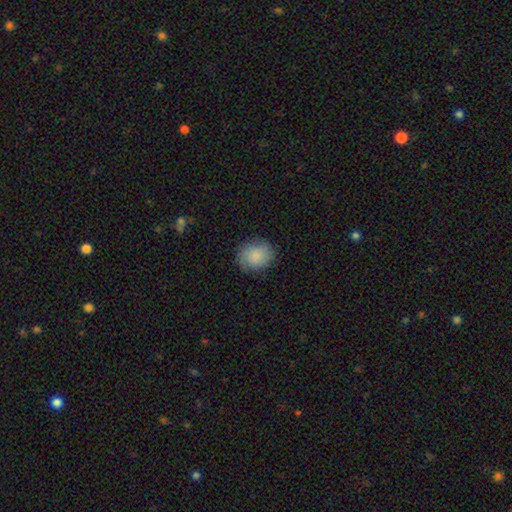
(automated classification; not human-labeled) Smooth or featured: smooth — 82% (featured or disk — 11%)
How rounded: round — 65% (in between — 34%)
Merging: none — 82% (minor disturbance — 13%)